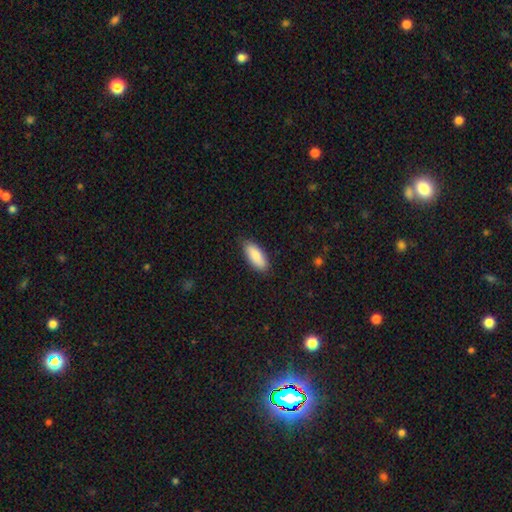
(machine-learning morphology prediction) Q: Smooth or featured?
A: smooth (87%); runner-up: featured or disk (7%)
Q: How rounded?
A: in between (82%); runner-up: cigar-shaped (16%)
Q: Merging?
A: none (84%); runner-up: minor disturbance (13%)